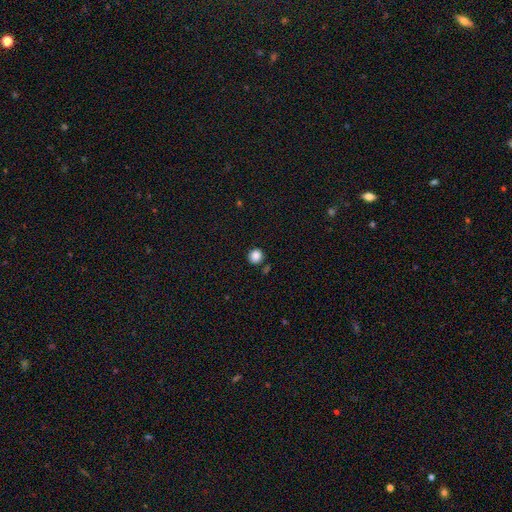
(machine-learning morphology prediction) smooth_or_featured: smooth (p=0.86) [alt: star or artifact p=0.10]
how_rounded: round (p=0.89) [alt: in between p=0.10]
merging: none (p=0.85) [alt: minor disturbance p=0.08]